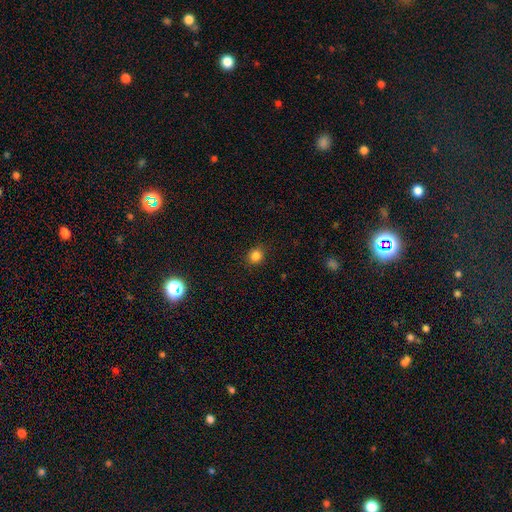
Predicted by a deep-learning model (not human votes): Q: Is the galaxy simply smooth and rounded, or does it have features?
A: smooth — 84%.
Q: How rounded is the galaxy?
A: round — 86%.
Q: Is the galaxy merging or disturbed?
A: none — 90%.